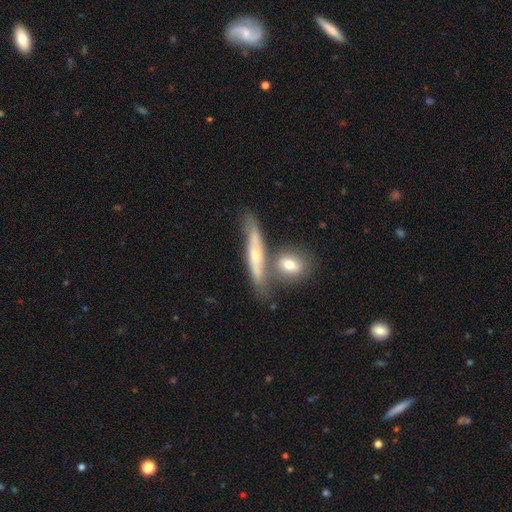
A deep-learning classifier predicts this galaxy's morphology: smooth-or-featured: featured or disk: 51% | smooth: 43% | star or artifact: 7%
  disk-edge-on: yes: 73% | no: 27%
  merging: none: 54% | merger: 28% | minor disturbance: 14% | major disturbance: 4%